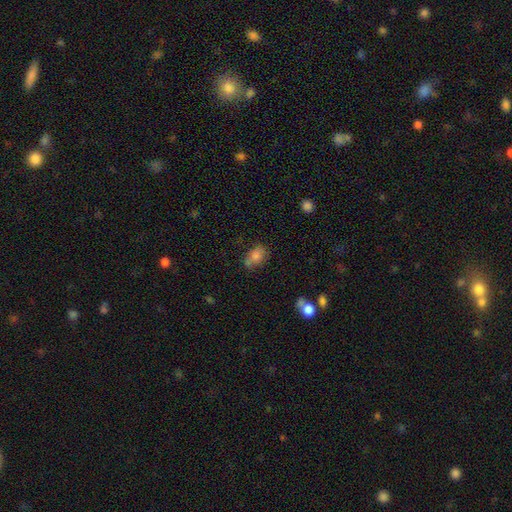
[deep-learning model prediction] smooth-or-featured: smooth: 77% | star or artifact: 12% | featured or disk: 11%
  how-rounded: in between: 76% | round: 22% | cigar-shaped: 2%
  merging: none: 55% | minor disturbance: 25% | merger: 12% | major disturbance: 8%